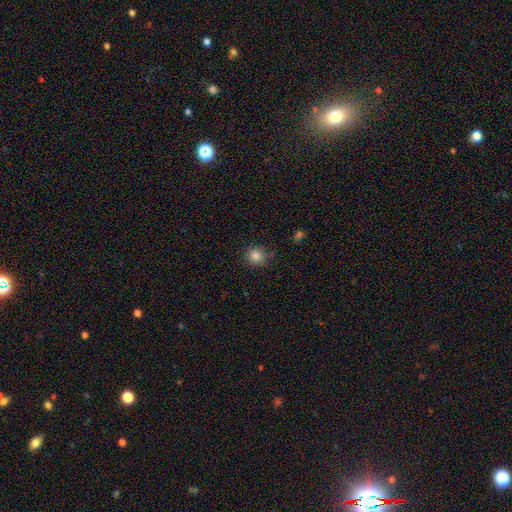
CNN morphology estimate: smooth-or-featured: smooth: 84% | star or artifact: 11% | featured or disk: 5%
  how-rounded: round: 90% | in between: 9% | cigar-shaped: 1%
  merging: none: 84% | minor disturbance: 11% | major disturbance: 3% | merger: 2%